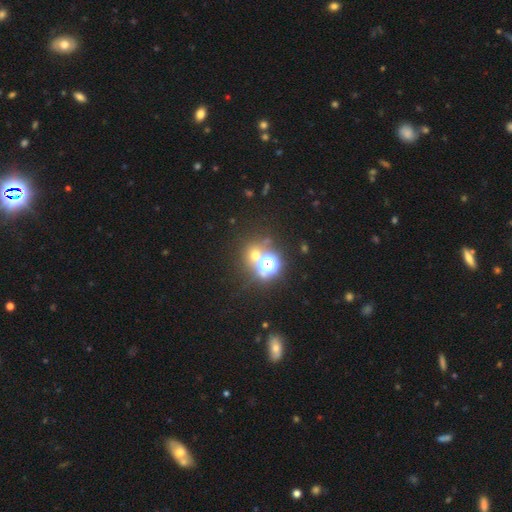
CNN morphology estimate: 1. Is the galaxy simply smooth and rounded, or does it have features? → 46% star or artifact, 45% smooth, 8% featured or disk.